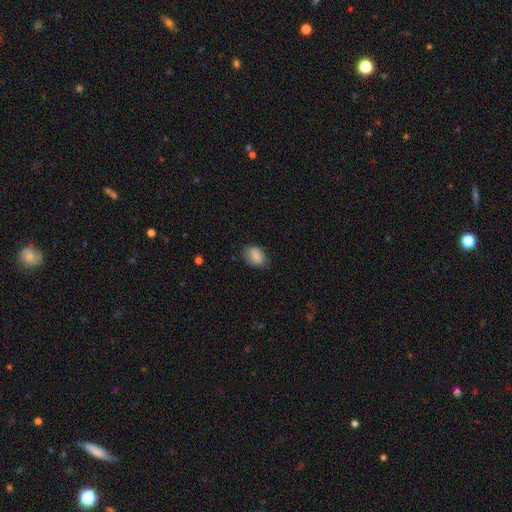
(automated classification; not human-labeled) Morphology: type=smooth (85%); roundness=in between (73%); merging=none (70%).